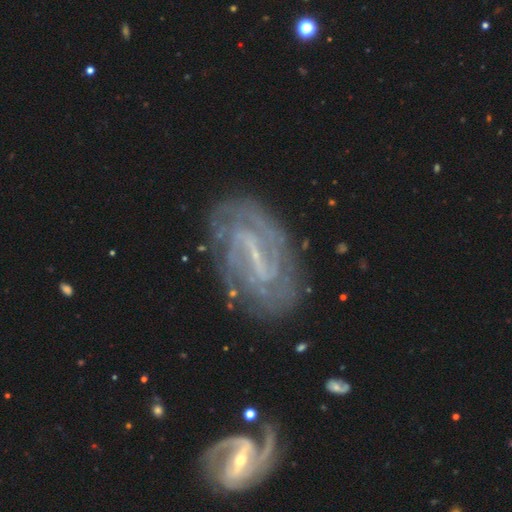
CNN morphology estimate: Smooth or featured: featured or disk — 85% (smooth — 8%)
Edge-on disk: no — 95% (yes — 5%)
Bar: strong — 50% (weak — 37%)
Spiral arms: yes — 92% (no — 8%)
Spiral winding: tight — 48% (medium — 36%)
Spiral arm count: 2 — 43% (can't tell — 30%)
Bulge size: small — 60% (none — 26%)
Merging: none — 72% (minor disturbance — 17%)